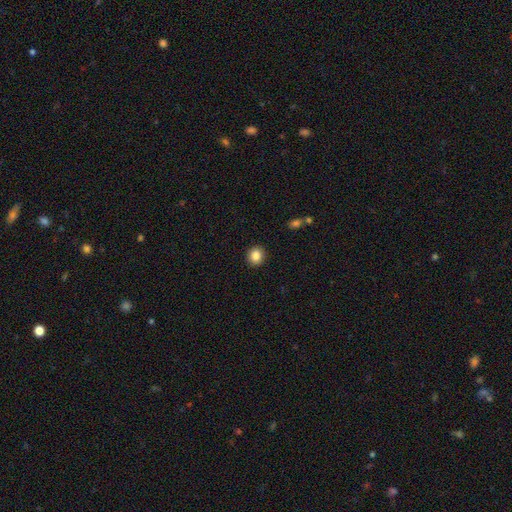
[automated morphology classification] type=smooth (86%); roundness=round (85%); merging=none (92%).